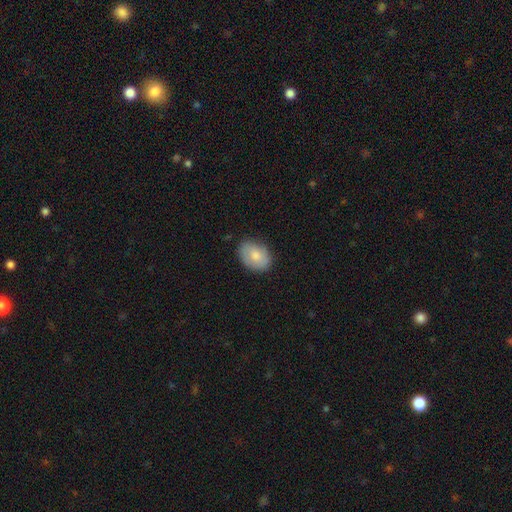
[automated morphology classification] Q: Smooth or featured?
A: smooth (77%); runner-up: featured or disk (17%)
Q: How rounded?
A: in between (77%); runner-up: round (22%)
Q: Merging?
A: none (80%); runner-up: minor disturbance (16%)